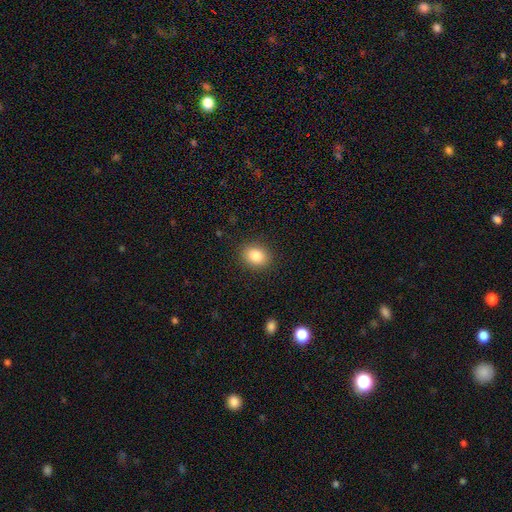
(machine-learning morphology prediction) A smooth galaxy with no disk features (85%) that is in between round and cigar-shaped (52%). Merging: none (89%).